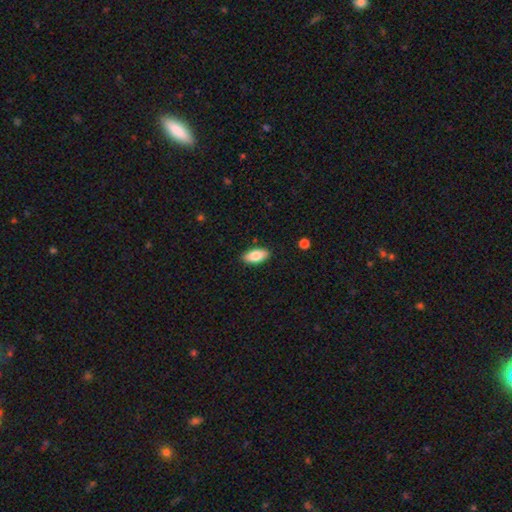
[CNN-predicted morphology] A smooth galaxy with no disk features (82%) that is in between round and cigar-shaped (91%). Merging: none (89%).